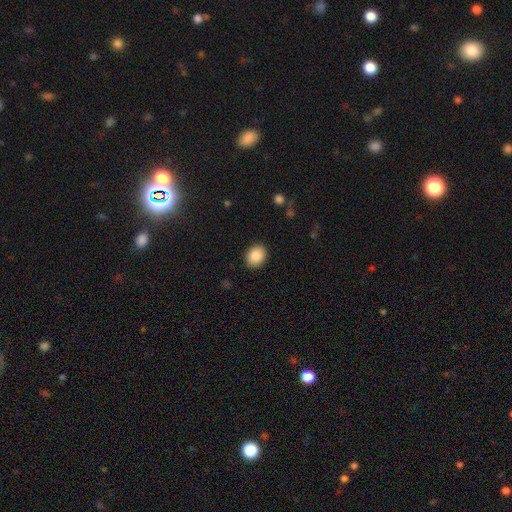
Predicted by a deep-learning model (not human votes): smooth 88%, star or artifact 8%, featured or disk 4%. Down the decision tree: how rounded — in between (52%); merging — none (90%).